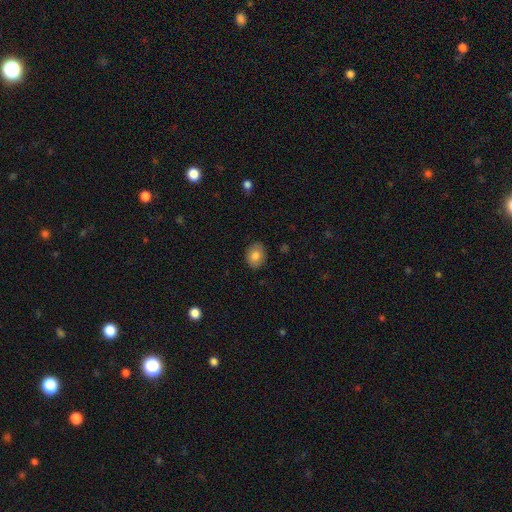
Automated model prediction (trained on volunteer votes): This is clearly a smooth galaxy (83%). How rounded: possibly in between (57%). Merging: clearly none (87%).